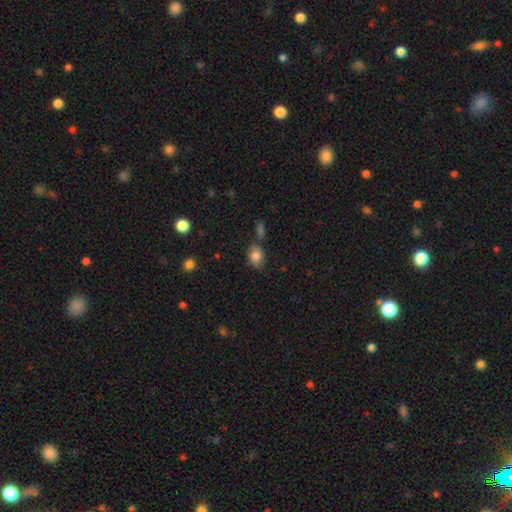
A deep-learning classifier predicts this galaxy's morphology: The model was most divided on "how rounded": in between: 66%, round: 33%, cigar-shaped: 1%. More confident: smooth or featured — smooth (80%); merging — none (67%).